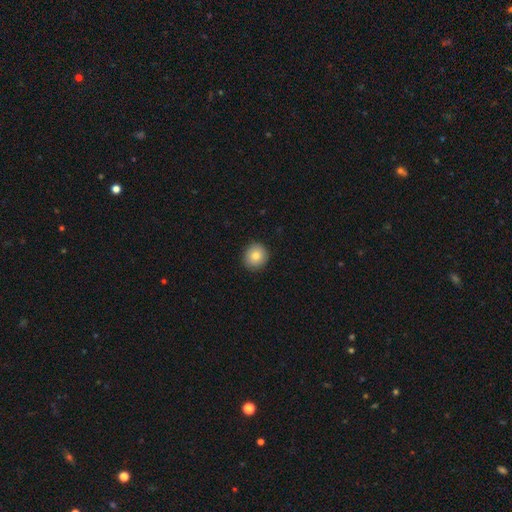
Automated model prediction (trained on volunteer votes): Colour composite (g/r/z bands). It shows a smooth galaxy with no disk features (82%) that is round (89%). Merging: none (90%).